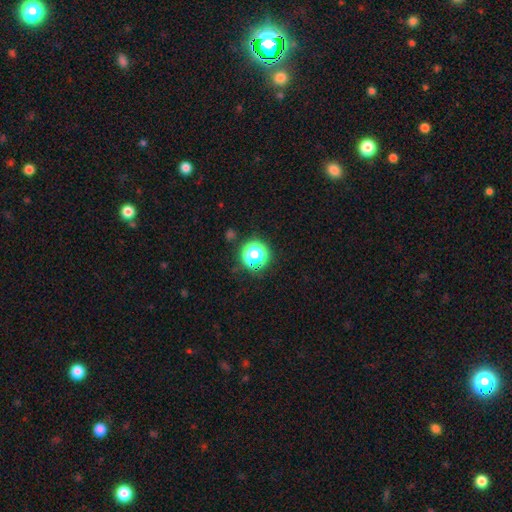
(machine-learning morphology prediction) type=star or artifact (55%).